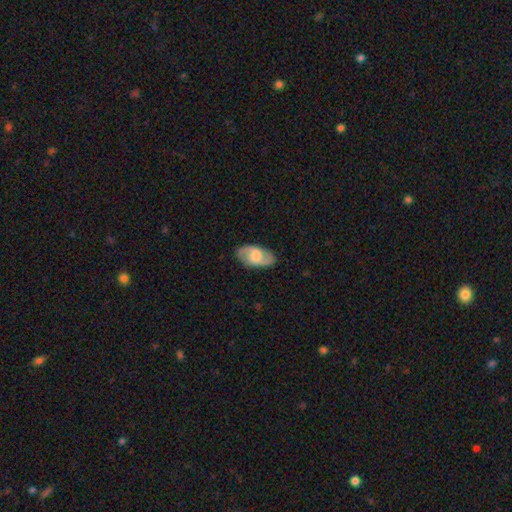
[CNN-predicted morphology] A featured or disk galaxy (66%) with a weak bar (49%), 2 (90%) medium (49%) spiral arms (88%) and a moderate central bulge (42%). Merging: none (86%).